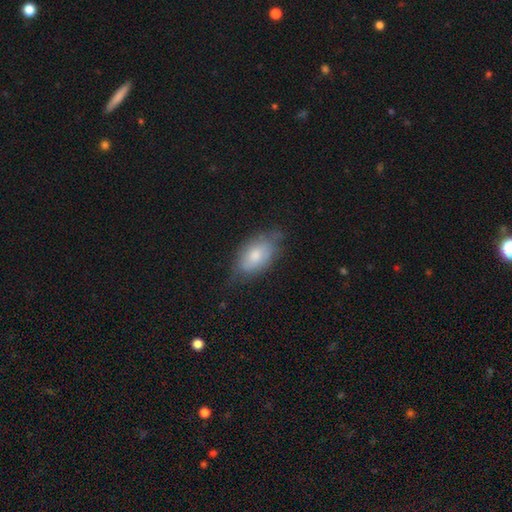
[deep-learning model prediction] Smooth or featured? Predicted: smooth (p=0.68). How rounded? Predicted: in between (p=0.91). Merging? Predicted: none (p=0.59).